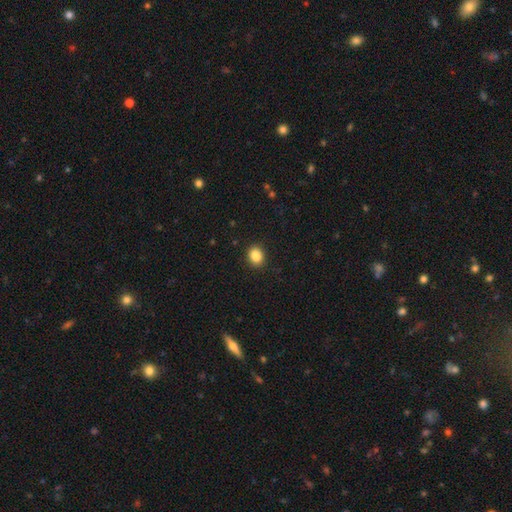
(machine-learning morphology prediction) This appears to be a smooth galaxy with no disk features (87%) that is round (53%). Merging: none (90%).